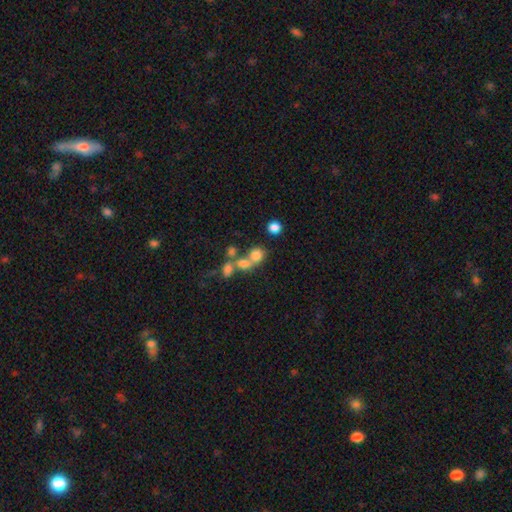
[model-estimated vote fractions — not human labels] Overall: smooth (71%). How rounded: round (74%). Merging: merger (47%; none 39%).